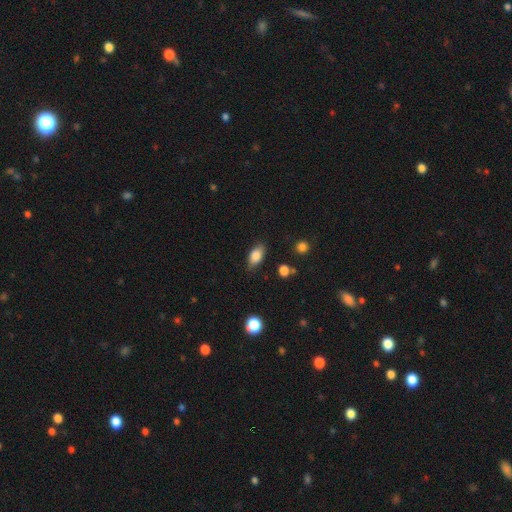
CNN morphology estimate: This is clearly a smooth galaxy (82%). How rounded: clearly in between (88%). Merging: likely none (80%).